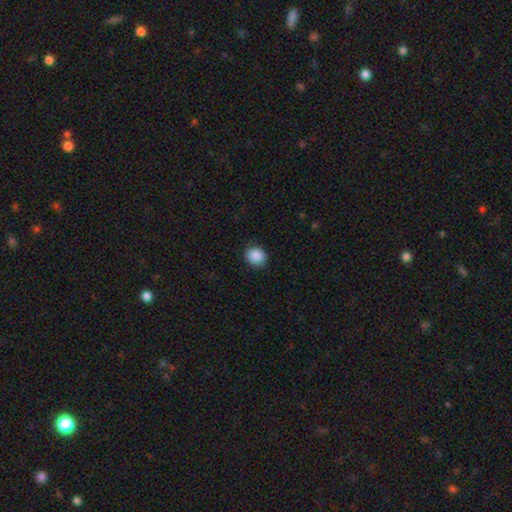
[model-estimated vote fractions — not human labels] Morphology: type=smooth (89%); roundness=round (76%); merging=none (88%).